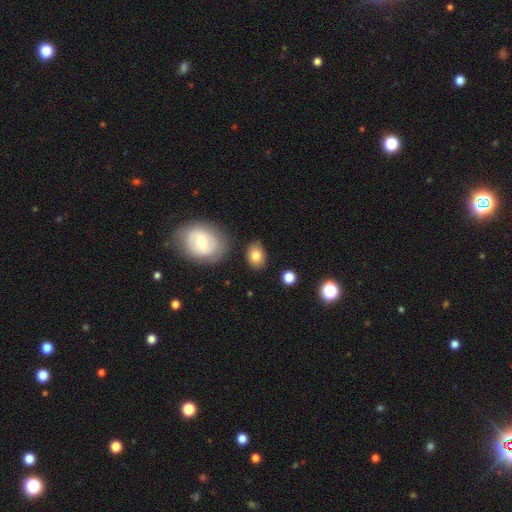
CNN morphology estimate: Smooth or featured: smooth — 79% (featured or disk — 12%)
How rounded: in between — 70% (round — 29%)
Merging: none — 79% (minor disturbance — 14%)